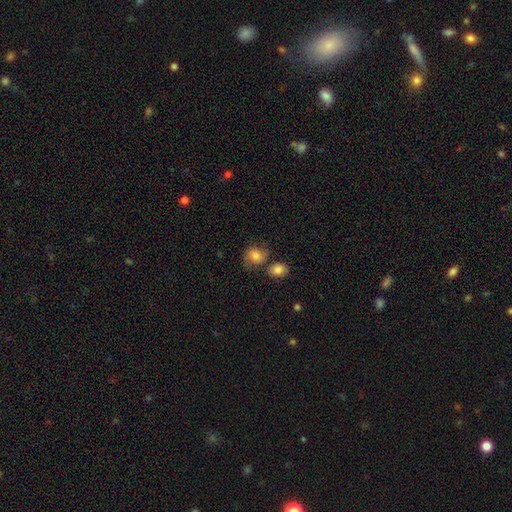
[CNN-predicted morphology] A smooth galaxy with no disk features (79%) that is round (64%). Merging: none (57%).